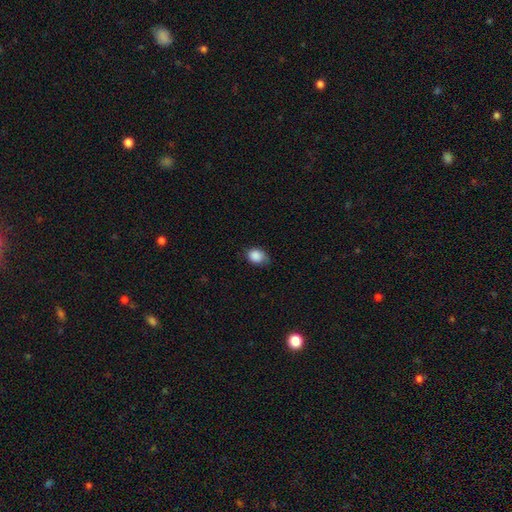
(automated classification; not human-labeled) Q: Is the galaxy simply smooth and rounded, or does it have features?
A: smooth — 87%.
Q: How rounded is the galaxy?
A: in between — 55%.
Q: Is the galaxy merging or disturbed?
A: none — 59%.